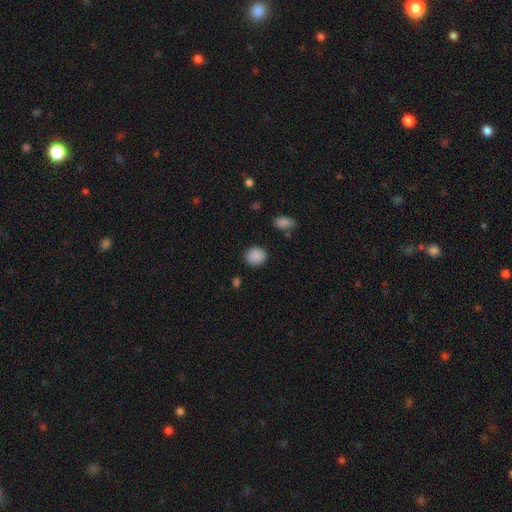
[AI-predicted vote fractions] smooth_or_featured: smooth (p=0.89) [alt: star or artifact p=0.08]
how_rounded: round (p=0.74) [alt: in between p=0.25]
merging: none (p=0.86) [alt: minor disturbance p=0.09]